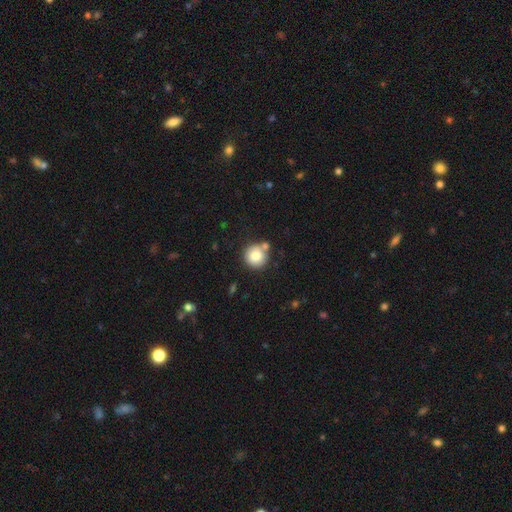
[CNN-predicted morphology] The model was most divided on "merging": none: 69%, merger: 16%, minor disturbance: 11%, major disturbance: 3%. More confident: how rounded — round (93%); smooth or featured — smooth (80%).